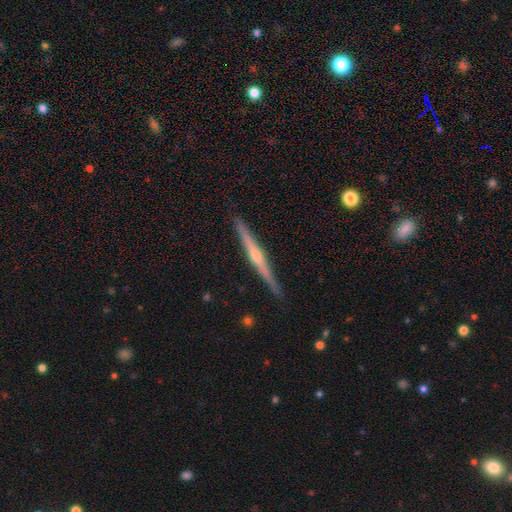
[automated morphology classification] The model was most divided on "edge-on bulge": rounded: 71%, none: 22%, boxy: 7%. More confident: edge-on disk — yes (98%); merging — none (90%); smooth or featured — featured or disk (72%).